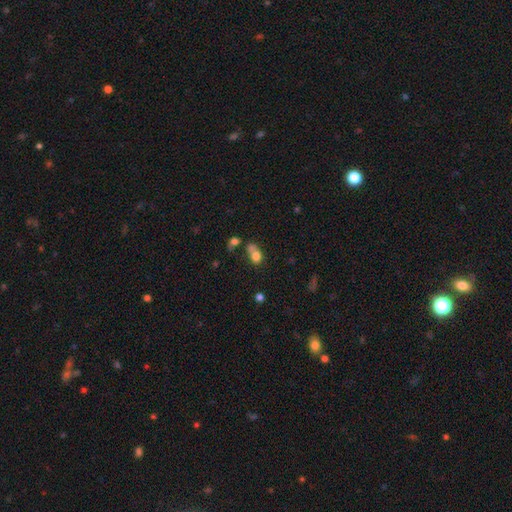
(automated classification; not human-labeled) Morphology: type=smooth (75%); roundness=round (54%); merging=merger (51%).